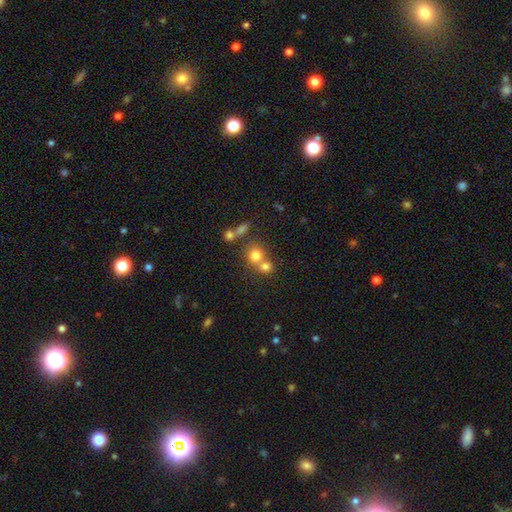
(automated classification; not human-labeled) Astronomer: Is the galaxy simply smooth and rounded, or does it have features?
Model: smooth — 73%.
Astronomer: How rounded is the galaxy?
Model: round — 83%.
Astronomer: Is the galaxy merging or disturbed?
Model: merger — 47% (runner-up: none, 42%).